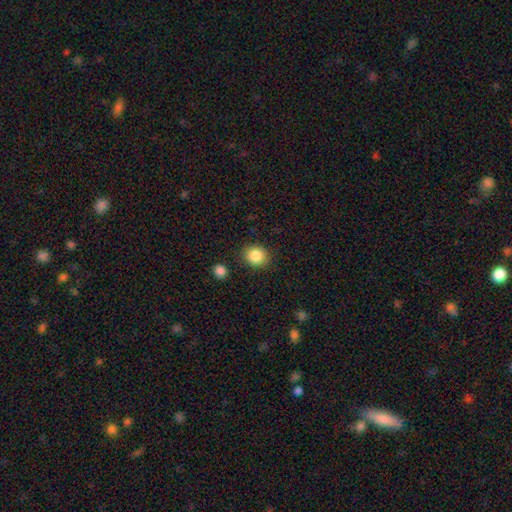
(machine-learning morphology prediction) Overall: smooth (86%). How rounded: round (72%). Merging: none (86%).